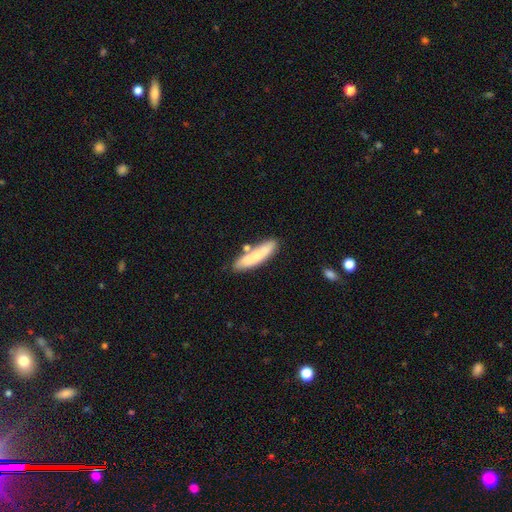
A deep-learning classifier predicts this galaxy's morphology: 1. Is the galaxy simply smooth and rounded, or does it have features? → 74% smooth, 19% featured or disk, 6% star or artifact.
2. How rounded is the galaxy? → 77% cigar-shaped, 21% in between, 2% round.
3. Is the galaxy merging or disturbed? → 69% none, 16% minor disturbance, 12% merger, 3% major disturbance.